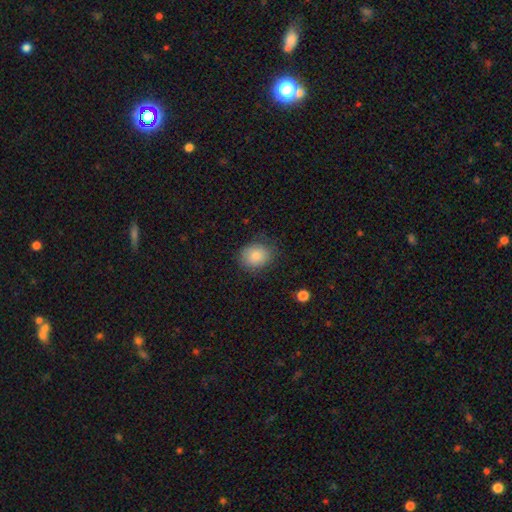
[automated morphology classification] type=smooth (82%); roundness=round (55%); merging=none (79%).